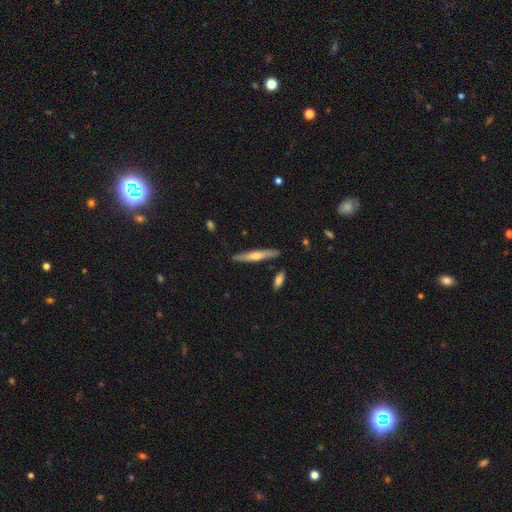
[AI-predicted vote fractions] smooth-or-featured: featured or disk: 55% | smooth: 39% | star or artifact: 6%
  disk-edge-on: yes: 94% | no: 6%
    edge-on-bulge: rounded: 83% | none: 13% | boxy: 4%
  merging: none: 87% | minor disturbance: 8% | merger: 3% | major disturbance: 2%